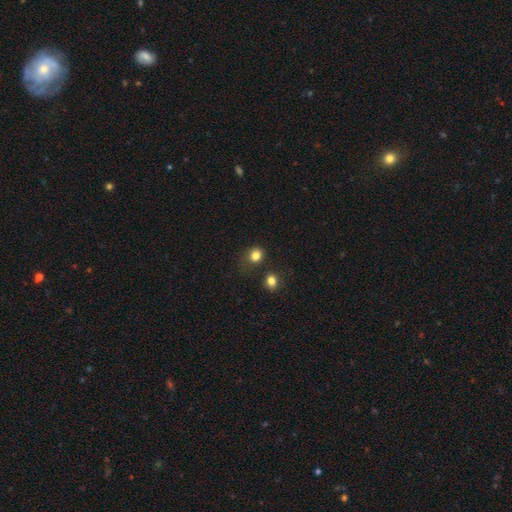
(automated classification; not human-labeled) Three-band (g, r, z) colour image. It shows a smooth galaxy with no disk features (82%) that is round (76%). Merging: none (68%).